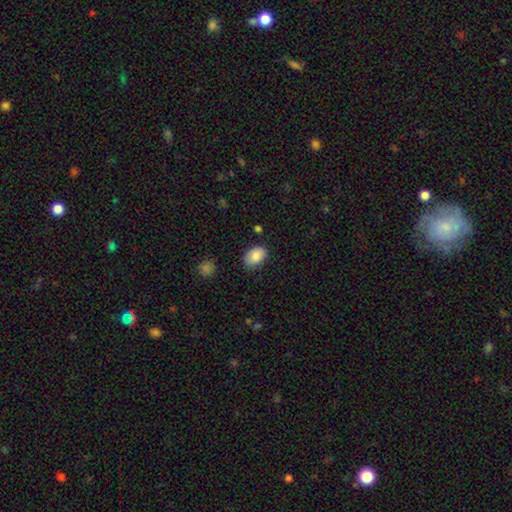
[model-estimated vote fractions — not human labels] Smooth or featured? Predicted: smooth (p=0.88). How rounded? Predicted: in between (p=0.85). Merging? Predicted: none (p=0.81).